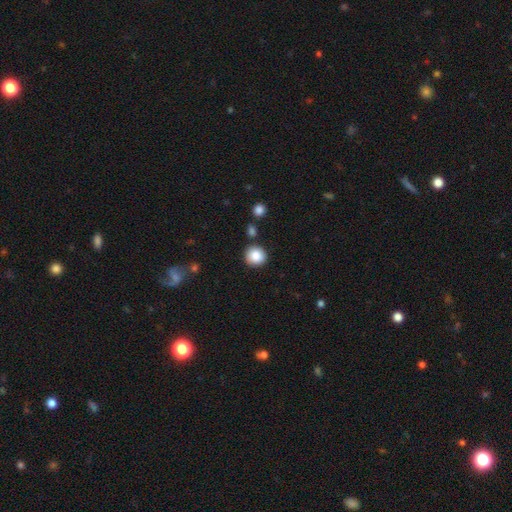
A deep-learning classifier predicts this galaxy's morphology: smooth-or-featured: smooth: 86% | star or artifact: 9% | featured or disk: 5%
  how-rounded: round: 90% | in between: 9% | cigar-shaped: 1%
  merging: none: 85% | minor disturbance: 8% | merger: 5% | major disturbance: 2%